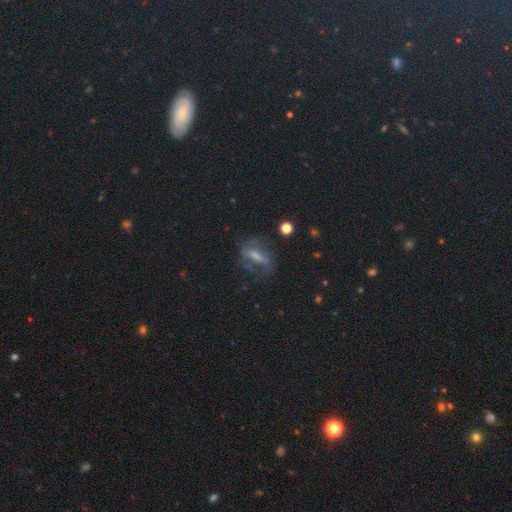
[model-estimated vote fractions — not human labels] smooth_or_featured: star or artifact (p=0.39) [alt: featured or disk p=0.36]